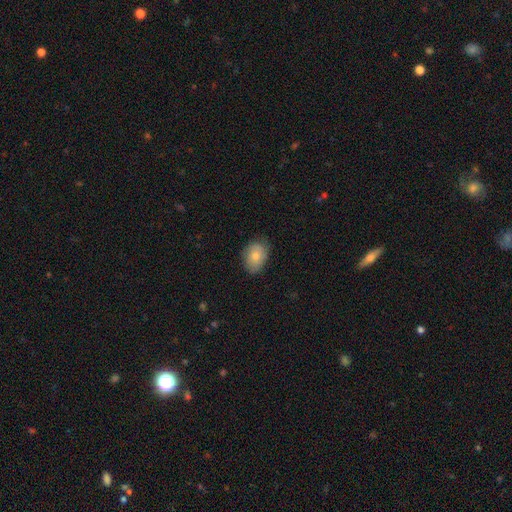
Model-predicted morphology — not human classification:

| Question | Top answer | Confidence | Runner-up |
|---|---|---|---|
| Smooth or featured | smooth | 77% | featured or disk (16%) |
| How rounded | in between | 72% | round (27%) |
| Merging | none | 73% | minor disturbance (22%) |